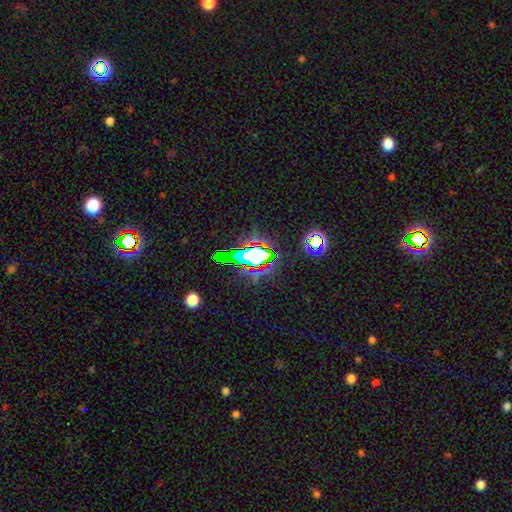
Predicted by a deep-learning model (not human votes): star or artifact 64%, smooth 22%, featured or disk 15%.